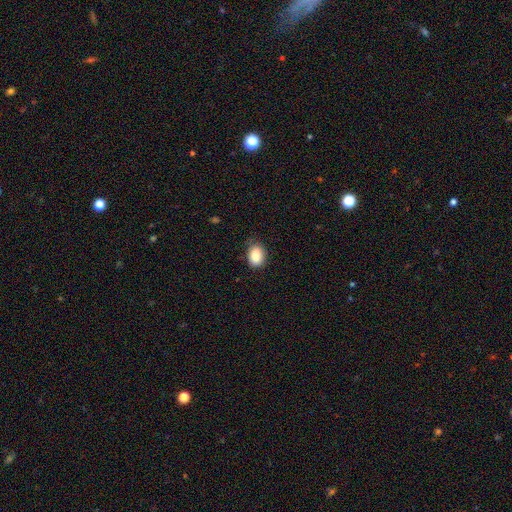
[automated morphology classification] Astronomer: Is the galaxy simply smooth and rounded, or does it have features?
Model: smooth — 87%.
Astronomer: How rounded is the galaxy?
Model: in between — 76%.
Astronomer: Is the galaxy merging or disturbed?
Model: none — 77%.